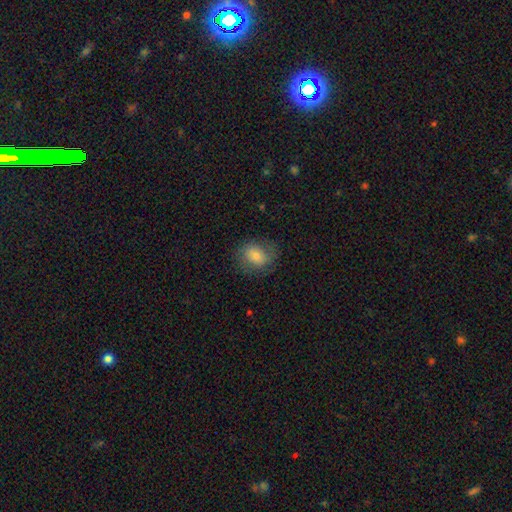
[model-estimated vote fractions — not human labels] Smooth or featured?
  - smooth: 71% *
  - featured or disk: 19%
  - star or artifact: 9%
How rounded?
  - round: 54% *
  - in between: 44%
  - cigar-shaped: 1%
Merging?
  - none: 75% *
  - minor disturbance: 16%
  - major disturbance: 7%
  - merger: 1%